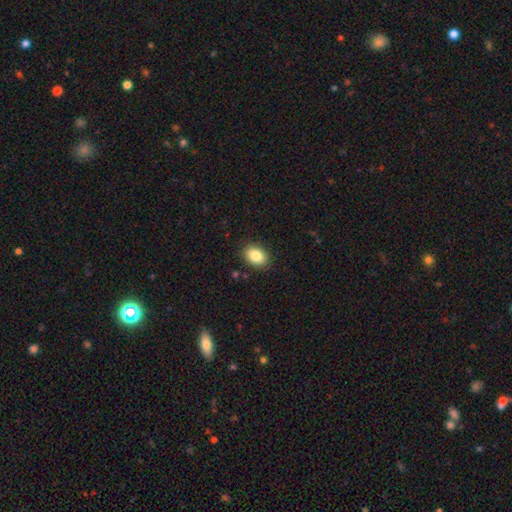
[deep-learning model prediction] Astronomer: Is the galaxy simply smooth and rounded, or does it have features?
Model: smooth — 85%.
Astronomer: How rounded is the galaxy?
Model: in between — 79%.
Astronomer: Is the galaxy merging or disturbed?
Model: none — 88%.